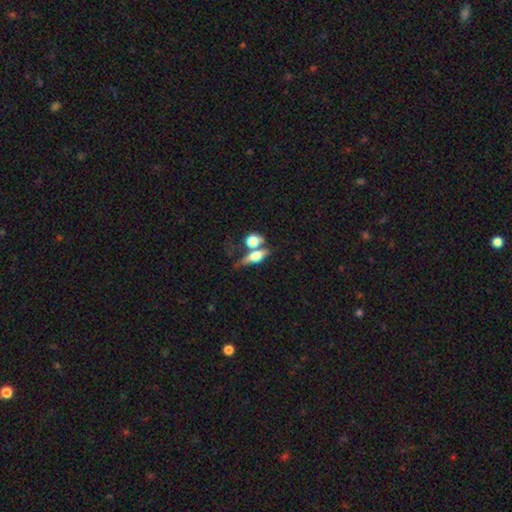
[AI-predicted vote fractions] The model was most divided on "smooth or featured": smooth: 47%, featured or disk: 42%, star or artifact: 11%. Remaining: merging — none (49%).